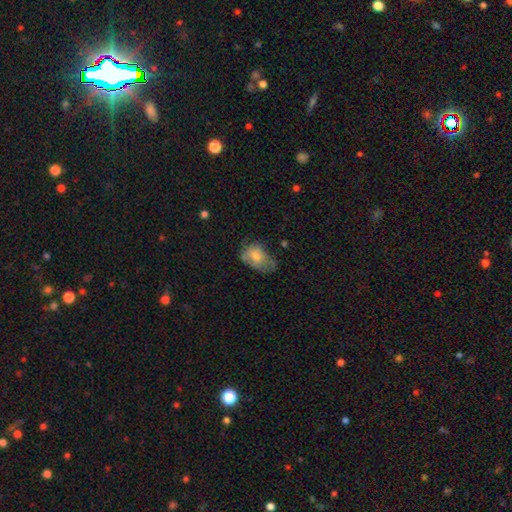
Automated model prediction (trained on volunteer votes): Q: Smooth or featured?
A: smooth (68%); runner-up: featured or disk (24%)
Q: How rounded?
A: in between (81%); runner-up: round (18%)
Q: Merging?
A: minor disturbance (37%); runner-up: none (36%)